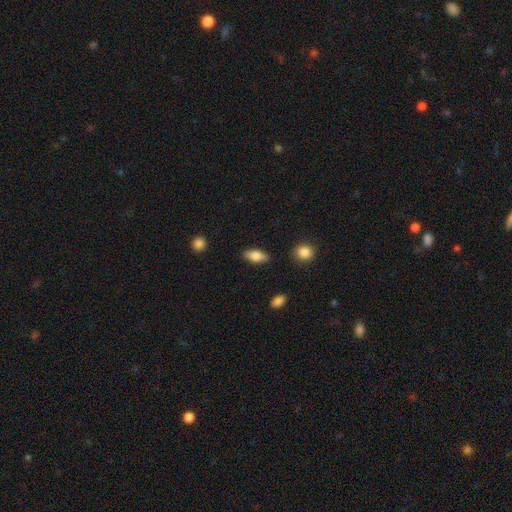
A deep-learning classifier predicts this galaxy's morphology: type=smooth (74%); roundness=in between (83%); merging=none (86%).